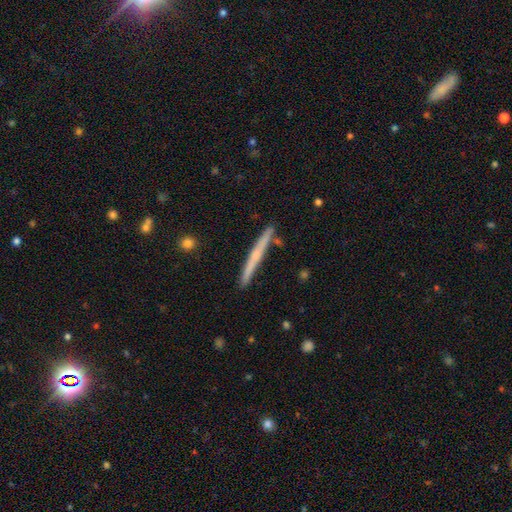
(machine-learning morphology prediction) This appears to be a featured or disk galaxy (51%) viewed edge-on (97%). Merging: none (88%).